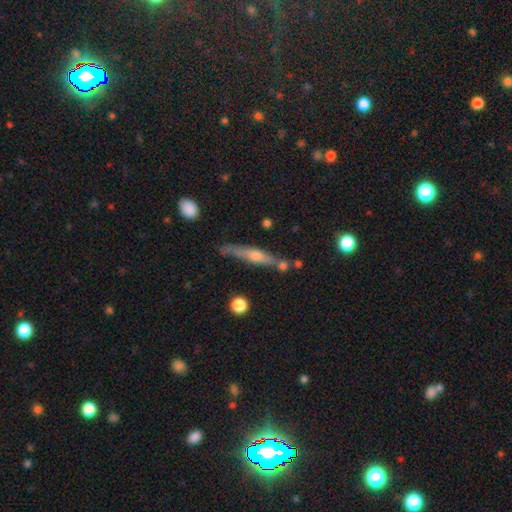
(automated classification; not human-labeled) This appears to be a featured or disk galaxy (55%) viewed edge-on (91%). Merging: none (65%).